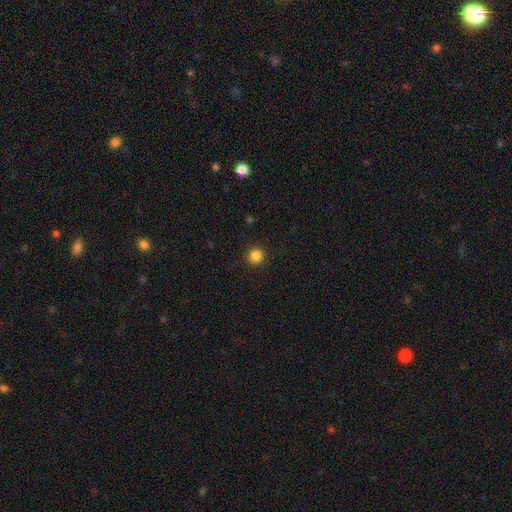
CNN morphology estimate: Overall: smooth (85%). How rounded: round (95%). Merging: none (92%).